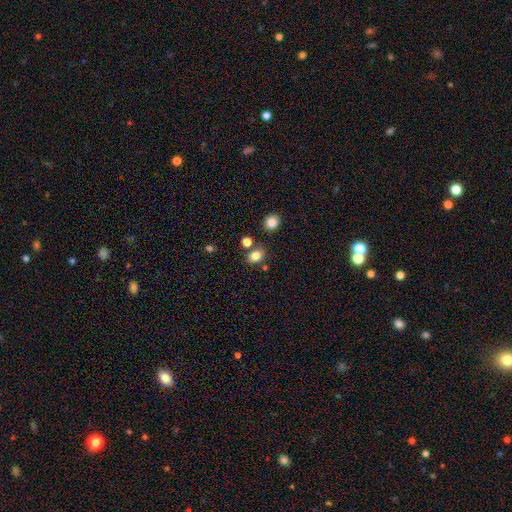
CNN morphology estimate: A smooth galaxy with no disk features (82%) that is in between round and cigar-shaped (62%).

Vote fractions:
- Smooth or featured? smooth: 82% / star or artifact: 12% / featured or disk: 6%
- How rounded? in between: 62% / round: 37% / cigar-shaped: 1%
- Merging? none: 71% / merger: 14% / minor disturbance: 12% / major disturbance: 3%